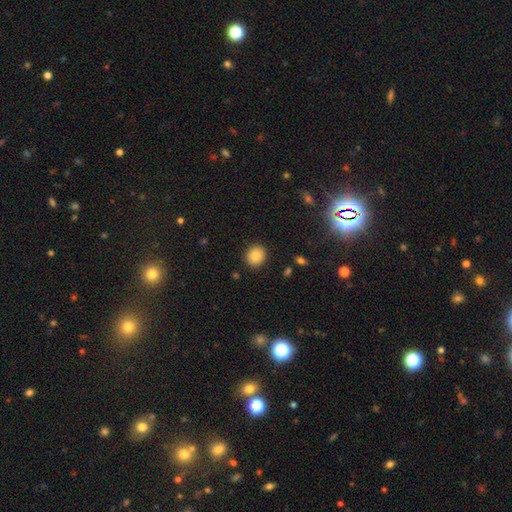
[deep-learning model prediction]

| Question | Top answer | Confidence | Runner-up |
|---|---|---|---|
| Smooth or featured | smooth | 83% | star or artifact (9%) |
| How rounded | round | 79% | in between (20%) |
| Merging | none | 90% | minor disturbance (7%) |